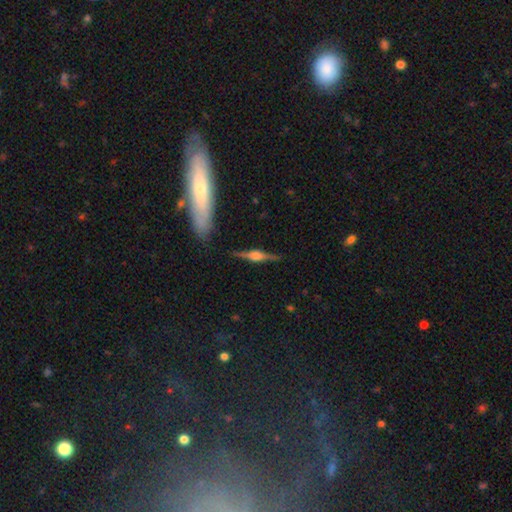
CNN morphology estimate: Smooth or featured: featured or disk — 82% (smooth — 12%)
Edge-on disk: yes — 98% (no — 2%)
Edge-on bulge: rounded — 85% (boxy — 12%)
Merging: none — 87% (minor disturbance — 9%)